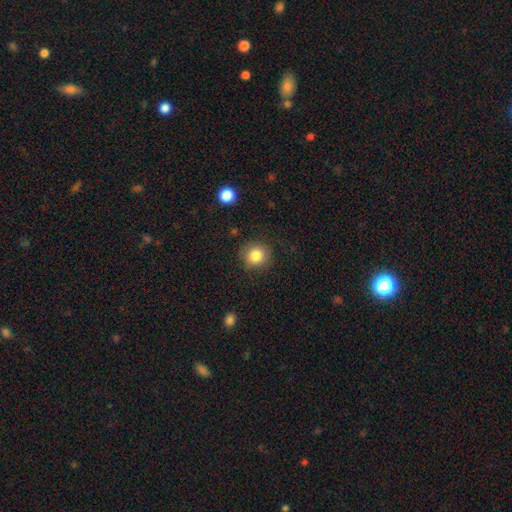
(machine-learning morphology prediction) type=smooth (83%); roundness=round (88%); merging=none (86%).